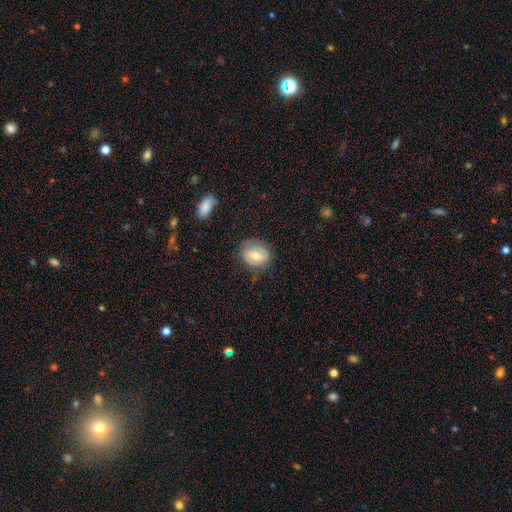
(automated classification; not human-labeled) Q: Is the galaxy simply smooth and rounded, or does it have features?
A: smooth — 59%.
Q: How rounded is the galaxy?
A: in between — 50%.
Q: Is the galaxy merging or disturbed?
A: none — 65%.